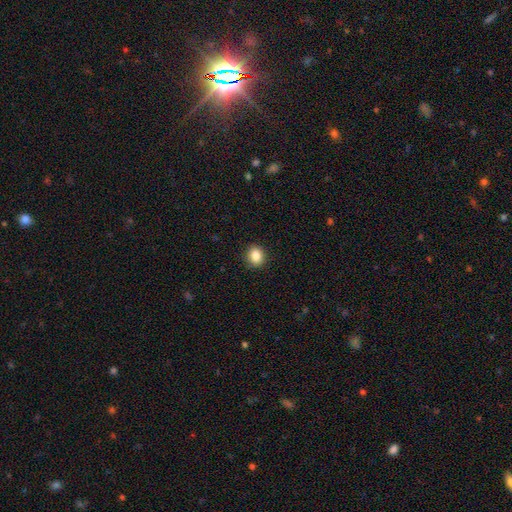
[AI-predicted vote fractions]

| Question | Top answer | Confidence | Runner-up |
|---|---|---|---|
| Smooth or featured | smooth | 86% | star or artifact (9%) |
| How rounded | round | 64% | in between (35%) |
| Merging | none | 90% | minor disturbance (7%) |